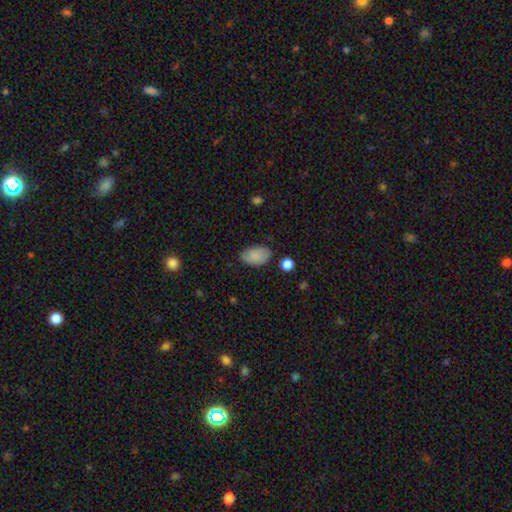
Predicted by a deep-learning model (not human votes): smooth 83%, featured or disk 10%, star or artifact 7%. Down the decision tree: how rounded — in between (93%); merging — none (75%).